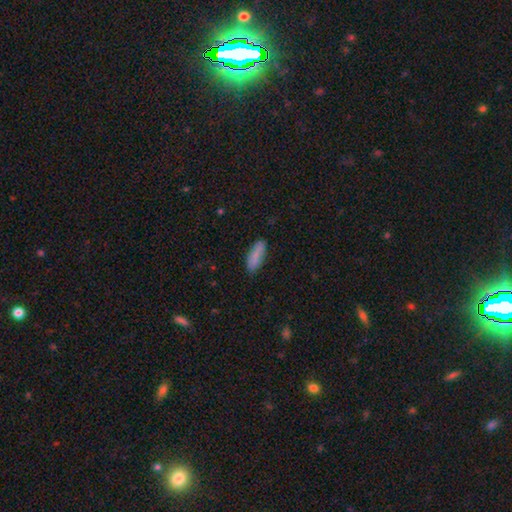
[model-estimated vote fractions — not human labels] Smooth or featured?
  - smooth: 85% *
  - featured or disk: 8%
  - star or artifact: 7%
How rounded?
  - in between: 56% *
  - cigar-shaped: 42%
  - round: 2%
Merging?
  - none: 82% *
  - minor disturbance: 14%
  - major disturbance: 3%
  - merger: 2%